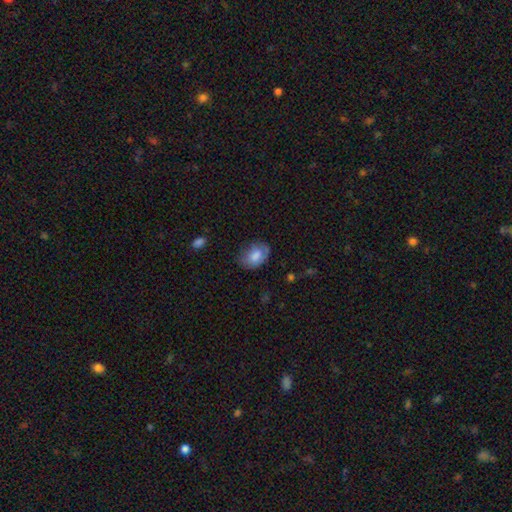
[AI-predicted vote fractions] The model was most divided on "merging": none: 59%, minor disturbance: 30%, major disturbance: 10%, merger: 2%. More confident: how rounded — in between (82%); smooth or featured — smooth (76%).